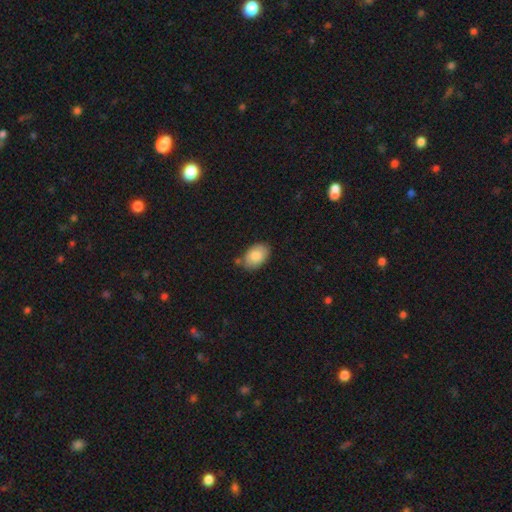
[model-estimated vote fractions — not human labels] A smooth galaxy with no disk features (85%) that is in between round and cigar-shaped (90%). Merging: none (77%).